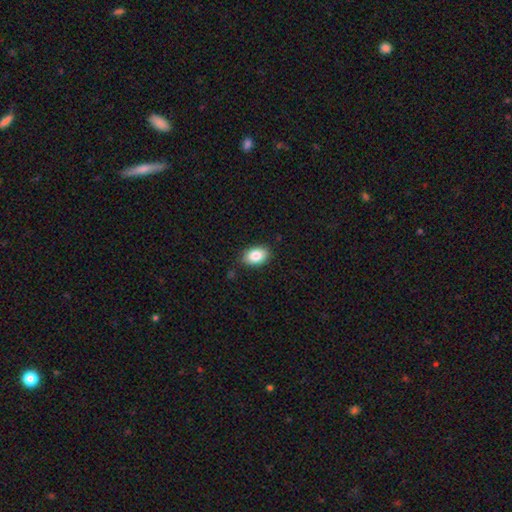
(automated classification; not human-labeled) smooth 86%, star or artifact 7%, featured or disk 6%. Down the decision tree: how rounded — in between (88%); merging — none (85%).